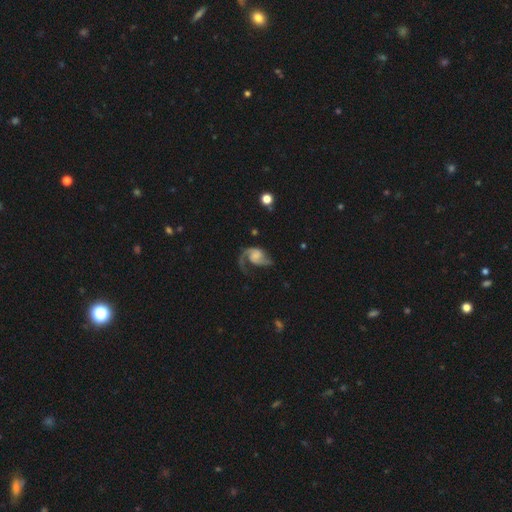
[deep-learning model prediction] A featured or disk galaxy (82%) with no bar (59%), 2 (66%) loose (48%) spiral arms (95%) and no central bulge (48%). Merging: none (44%).